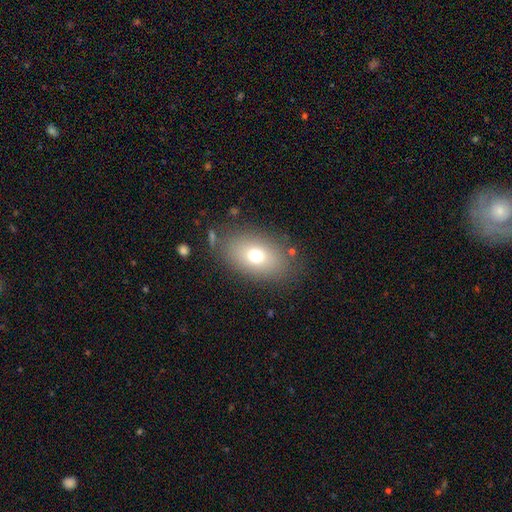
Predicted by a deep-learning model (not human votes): Overall: smooth (72%). How rounded: in between (82%). Merging: none (81%).